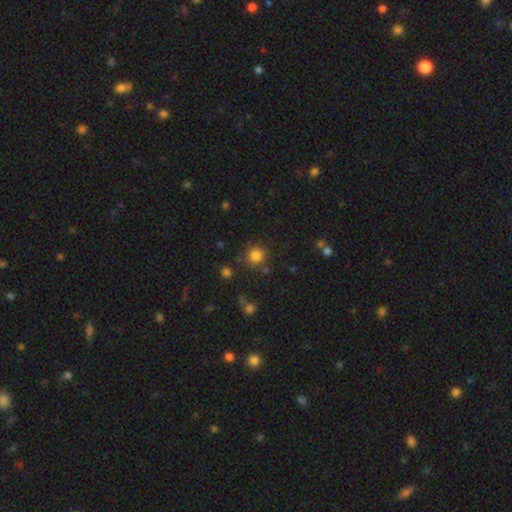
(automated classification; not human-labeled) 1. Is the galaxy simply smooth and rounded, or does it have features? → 81% smooth, 14% star or artifact, 5% featured or disk.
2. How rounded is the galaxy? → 93% round, 6% in between, 1% cigar-shaped.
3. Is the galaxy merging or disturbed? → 82% none, 9% minor disturbance, 6% merger, 4% major disturbance.